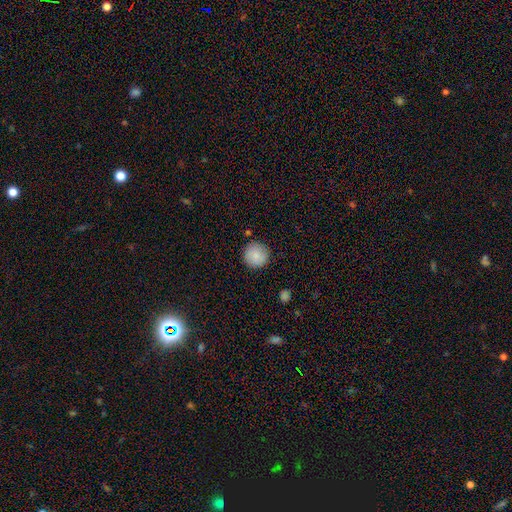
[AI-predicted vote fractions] smooth-or-featured: smooth: 87% | star or artifact: 7% | featured or disk: 6%
  how-rounded: round: 95% | in between: 4% | cigar-shaped: 1%
  merging: none: 89% | minor disturbance: 8% | major disturbance: 2% | merger: 1%